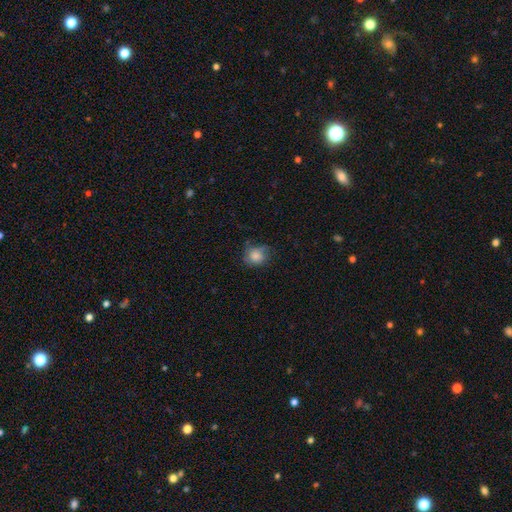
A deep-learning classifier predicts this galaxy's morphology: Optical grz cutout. It shows a smooth galaxy with no disk features (79%) that is round (76%). Merging: none (59%).